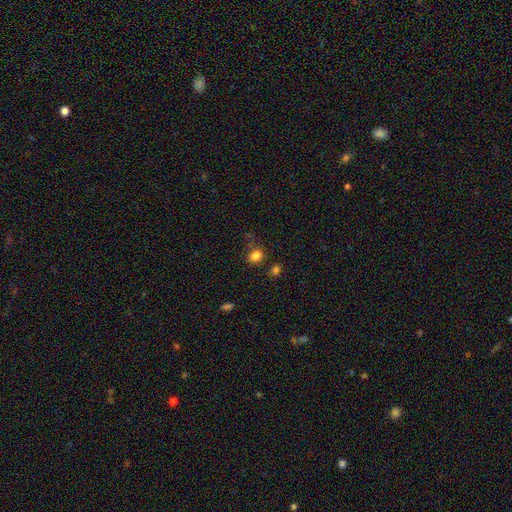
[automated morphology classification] Smooth or featured? smooth (80%)
How rounded? in between (55%)
Merging? none (63%)